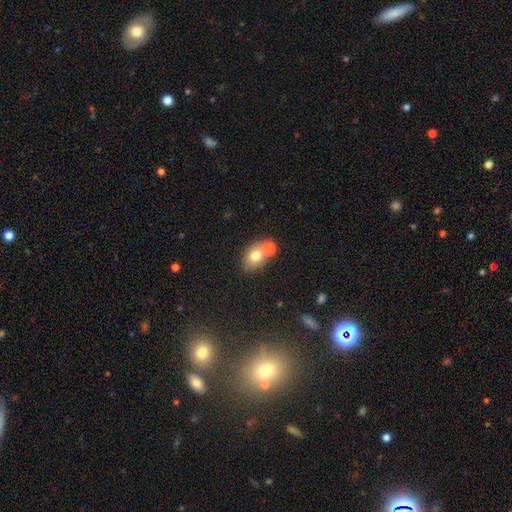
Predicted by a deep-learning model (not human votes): This appears to be a smooth galaxy with no disk features (73%) that is in between round and cigar-shaped (50%). Merging: none (51%).